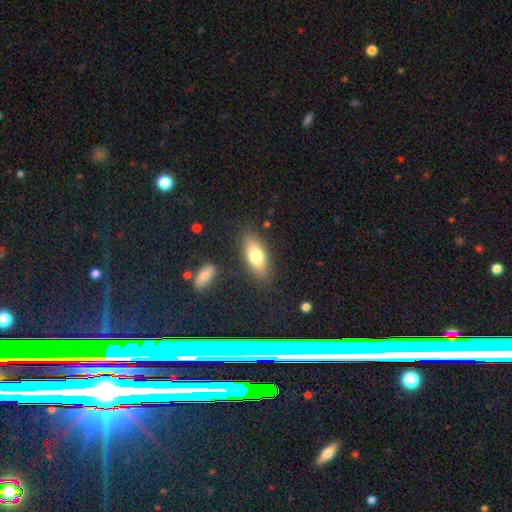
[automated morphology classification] Smooth or featured? smooth (75%)
How rounded? in between (78%)
Merging? none (83%)